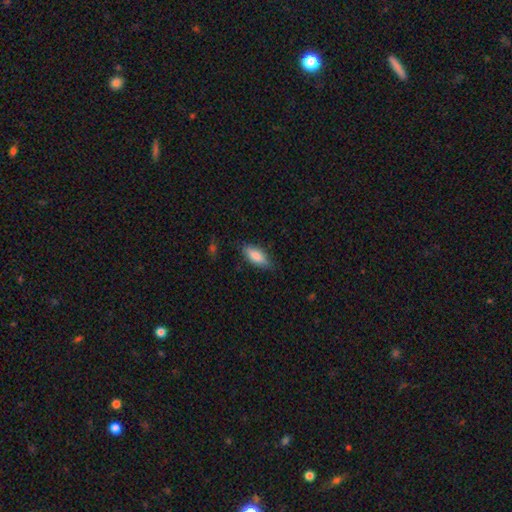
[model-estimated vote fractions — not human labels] Q: Smooth or featured?
A: smooth (82%); runner-up: featured or disk (12%)
Q: How rounded?
A: in between (78%); runner-up: cigar-shaped (20%)
Q: Merging?
A: none (79%); runner-up: minor disturbance (17%)